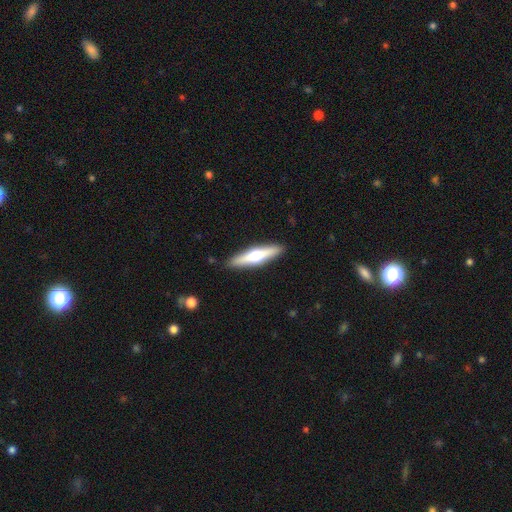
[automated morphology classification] Smooth or featured? featured or disk (55%)
Edge-on disk? yes (95%)
Edge-on bulge? rounded (92%)
Merging? none (90%)